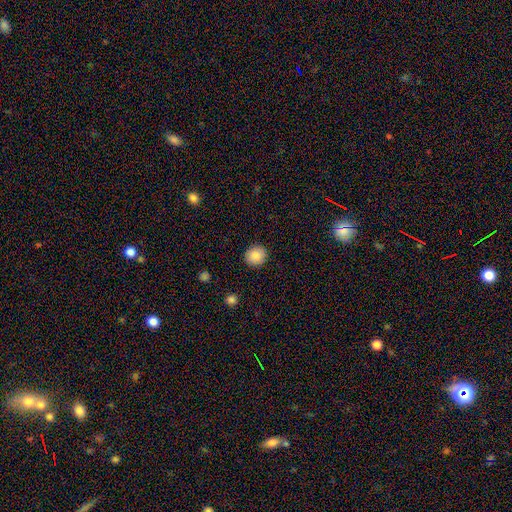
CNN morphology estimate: A smooth galaxy with no disk features (87%) that is round (88%).

Vote fractions:
- Smooth or featured? smooth: 87% / star or artifact: 8% / featured or disk: 5%
- How rounded? round: 88% / in between: 11% / cigar-shaped: 1%
- Merging? none: 91% / minor disturbance: 6% / major disturbance: 2% / merger: 1%